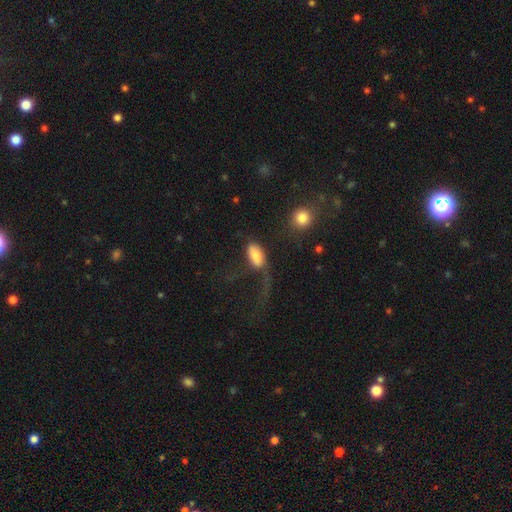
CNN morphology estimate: Q: Smooth or featured?
A: smooth (74%); runner-up: featured or disk (19%)
Q: How rounded?
A: in between (91%); runner-up: cigar-shaped (6%)
Q: Merging?
A: major disturbance (52%); runner-up: none (24%)